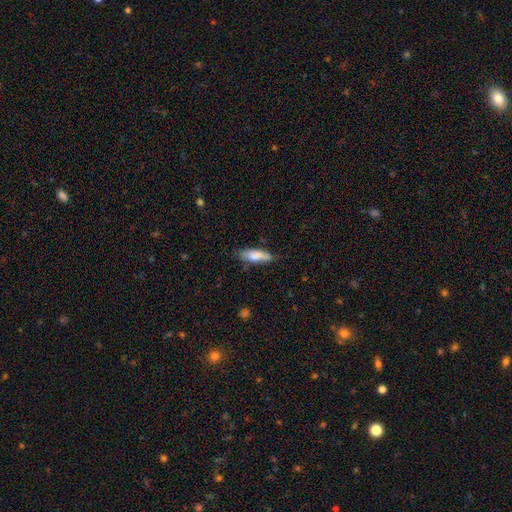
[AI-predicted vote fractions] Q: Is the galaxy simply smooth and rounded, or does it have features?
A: smooth — 79%.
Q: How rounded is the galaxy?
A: in between — 50%.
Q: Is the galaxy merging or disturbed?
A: none — 64%.